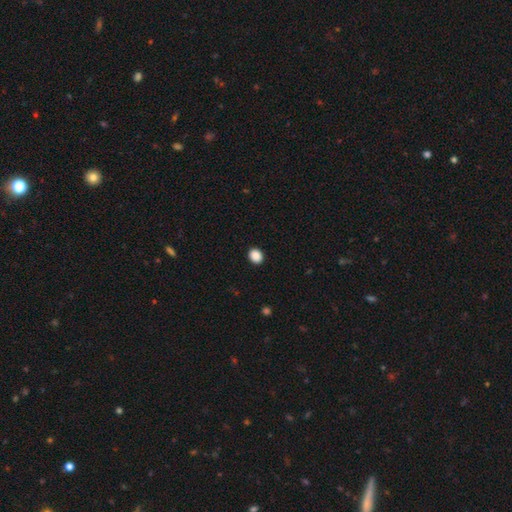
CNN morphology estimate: This appears to be a smooth galaxy with no disk features (89%) that is round (54%). Merging: none (91%).